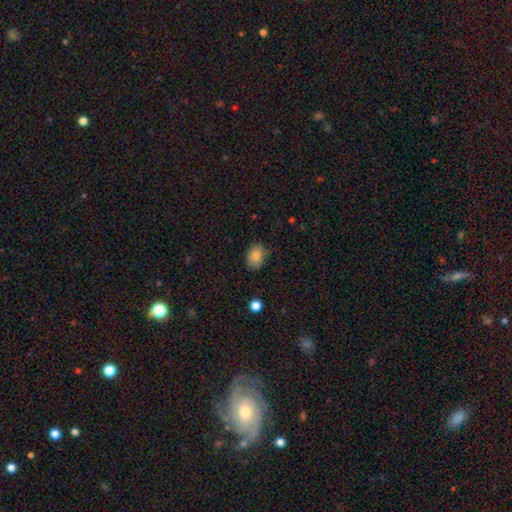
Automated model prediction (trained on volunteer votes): A smooth galaxy with no disk features (82%) that is in between round and cigar-shaped (69%).

Vote fractions:
- Smooth or featured? smooth: 82% / star or artifact: 9% / featured or disk: 9%
- How rounded? in between: 69% / round: 30% / cigar-shaped: 1%
- Merging? none: 77% / minor disturbance: 19% / major disturbance: 3% / merger: 1%